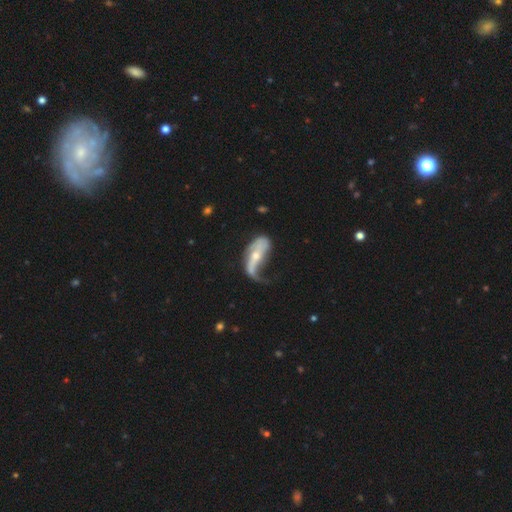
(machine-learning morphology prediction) This is likely a featured or disk galaxy (68%). It is clearly not viewed edge-on (87%). Bar: possibly no (51%). Spiral arm pattern: likely yes (75%). Central bulge: possibly small (54%). Merging: possibly major disturbance (46%).